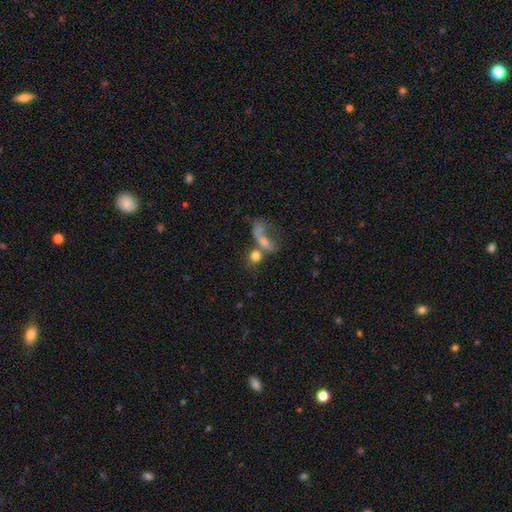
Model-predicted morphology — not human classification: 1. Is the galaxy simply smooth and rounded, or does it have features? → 72% smooth, 16% featured or disk, 13% star or artifact.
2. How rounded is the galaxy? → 65% round, 31% in between, 5% cigar-shaped.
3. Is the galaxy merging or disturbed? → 44% merger, 31% none, 16% major disturbance, 9% minor disturbance.